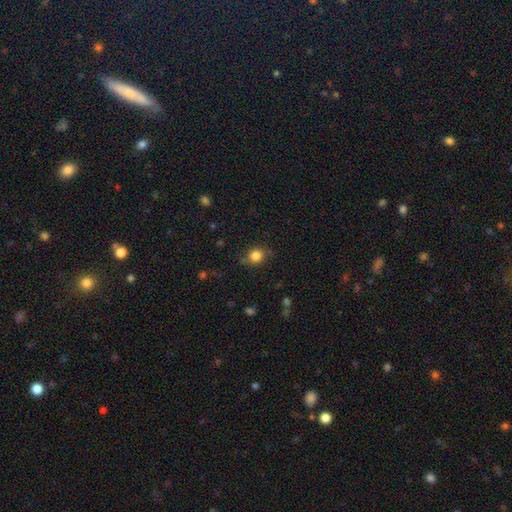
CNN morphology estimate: Q: Smooth or featured?
A: smooth (84%); runner-up: star or artifact (11%)
Q: How rounded?
A: round (80%); runner-up: in between (19%)
Q: Merging?
A: none (80%); runner-up: minor disturbance (13%)